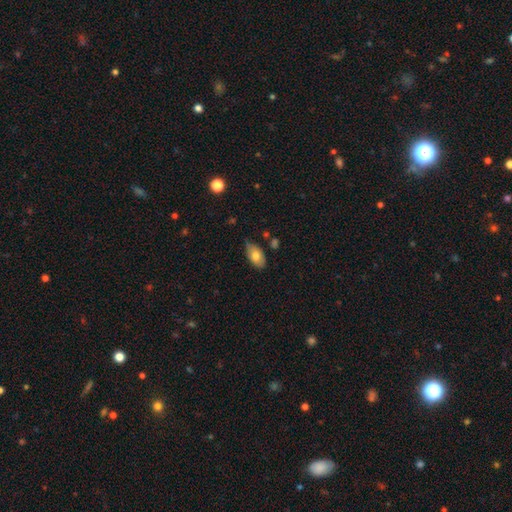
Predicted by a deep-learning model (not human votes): Smooth or featured? smooth (73%)
How rounded? in between (92%)
Merging? none (63%)